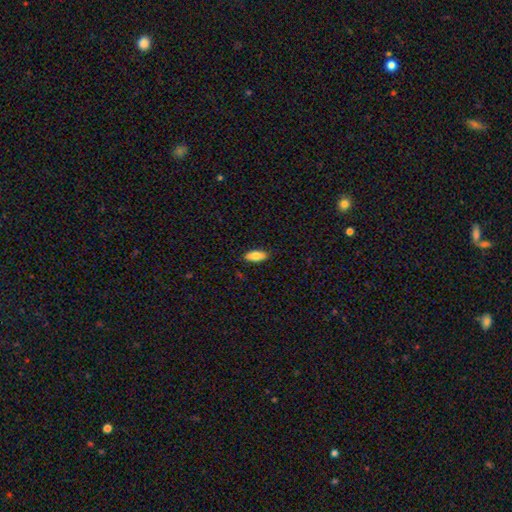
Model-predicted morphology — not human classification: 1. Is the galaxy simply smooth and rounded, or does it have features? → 82% smooth, 12% featured or disk, 6% star or artifact.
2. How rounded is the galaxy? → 85% in between, 13% cigar-shaped, 2% round.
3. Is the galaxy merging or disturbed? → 88% none, 9% minor disturbance, 2% major disturbance, 1% merger.